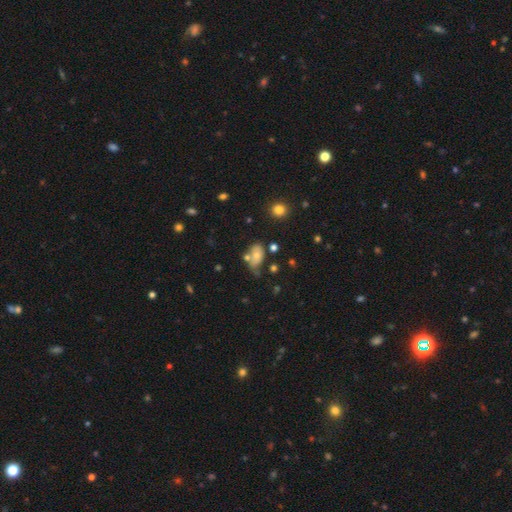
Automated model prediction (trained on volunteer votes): smooth-or-featured: smooth: 61% | featured or disk: 27% | star or artifact: 12%
  how-rounded: in between: 83% | round: 14% | cigar-shaped: 2%
  merging: none: 37% | minor disturbance: 30% | merger: 18% | major disturbance: 15%